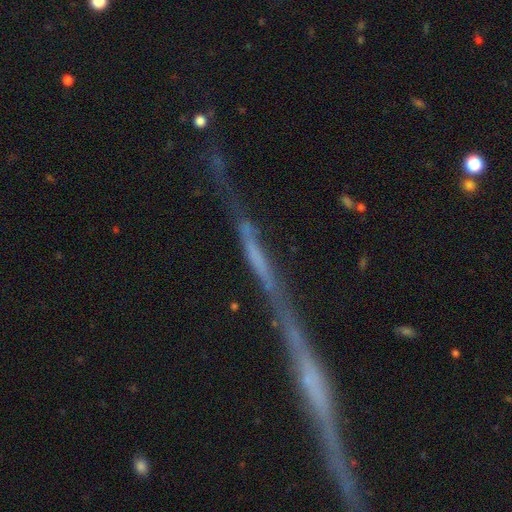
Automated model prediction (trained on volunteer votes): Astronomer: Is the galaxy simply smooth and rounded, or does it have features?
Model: featured or disk — 59%.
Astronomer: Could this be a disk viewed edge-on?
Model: yes — 85%.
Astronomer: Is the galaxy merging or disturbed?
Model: none — 54%.